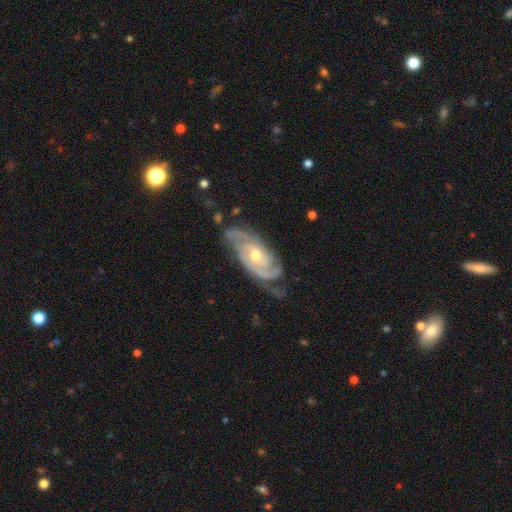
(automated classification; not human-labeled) Morphology: type=featured or disk (91%); edge-on=no (95%); bar=no (66%); spiral arms=yes (98%); winding=tight (65%); arm count=2 (39%); bulge=moderate (66%); merging=none (70%).